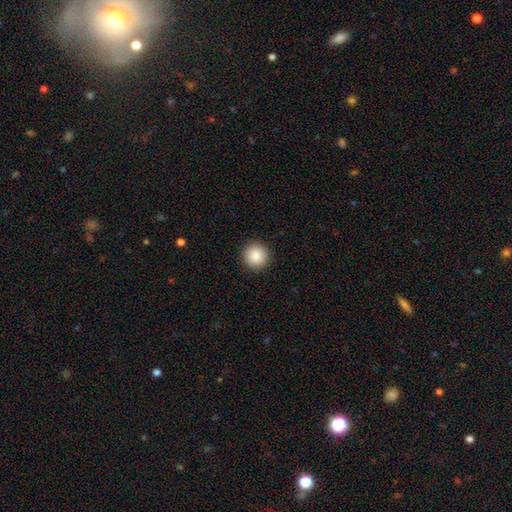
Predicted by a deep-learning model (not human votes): Smooth or featured?
  - smooth: 88% *
  - star or artifact: 8%
  - featured or disk: 4%
How rounded?
  - round: 96% *
  - in between: 3%
  - cigar-shaped: 1%
Merging?
  - none: 93% *
  - minor disturbance: 4%
  - major disturbance: 2%
  - merger: 1%